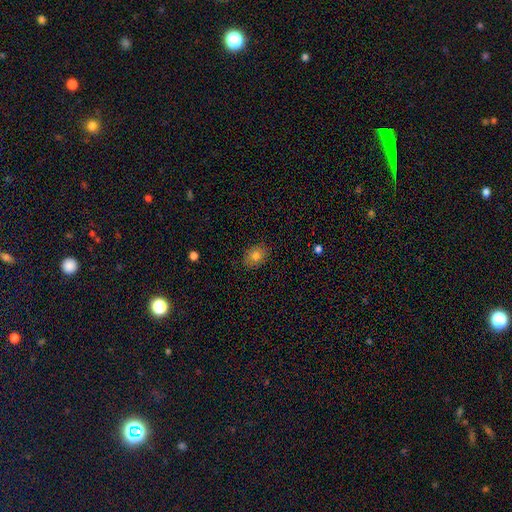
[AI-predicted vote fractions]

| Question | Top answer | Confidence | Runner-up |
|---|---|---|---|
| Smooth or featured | smooth | 79% | featured or disk (11%) |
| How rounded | in between | 63% | round (36%) |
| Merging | none | 85% | minor disturbance (11%) |